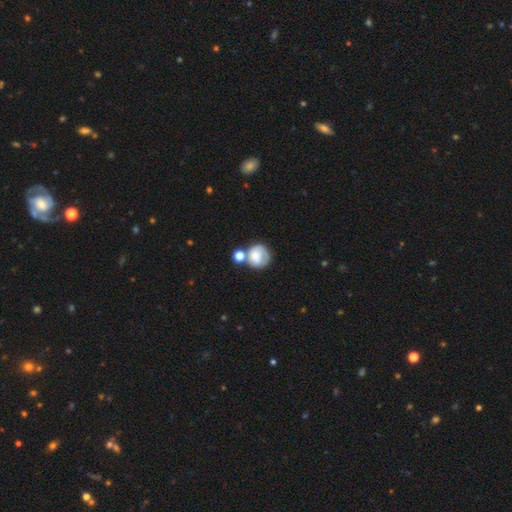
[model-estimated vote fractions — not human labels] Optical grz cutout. It shows a smooth galaxy with no disk features (61%) that is round (84%). Merging: none (45%).